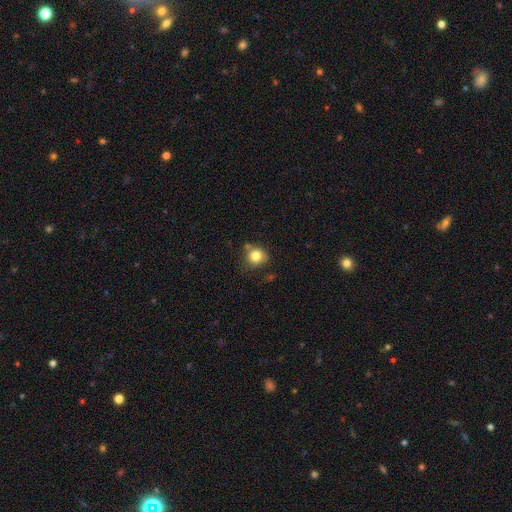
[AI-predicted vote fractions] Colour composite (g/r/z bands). It shows a smooth galaxy with no disk features (81%) that is round (85%). Merging: none (67%).